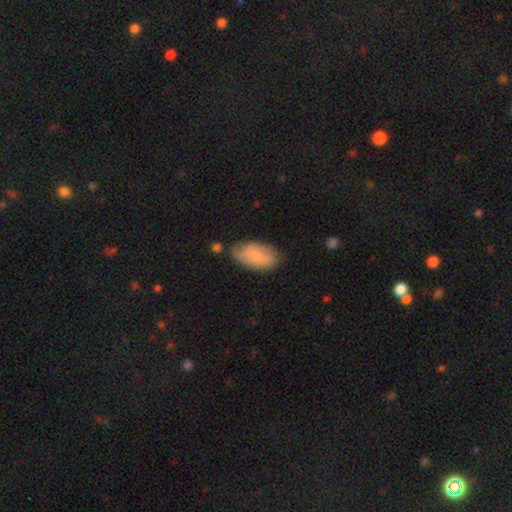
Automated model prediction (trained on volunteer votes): smooth_or_featured: smooth (p=0.75) [alt: featured or disk p=0.18]
how_rounded: in between (p=0.94) [alt: round p=0.03]
merging: none (p=0.63) [alt: minor disturbance p=0.27]